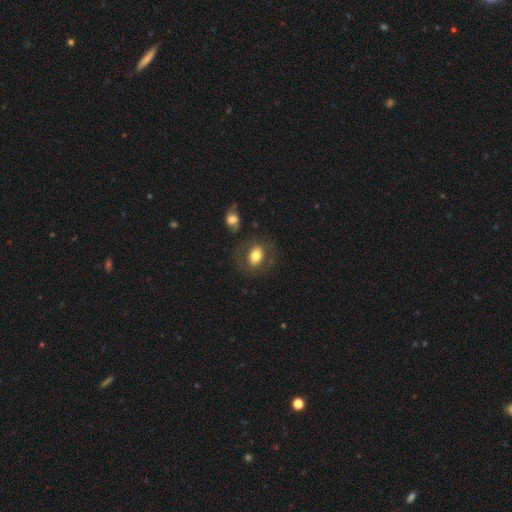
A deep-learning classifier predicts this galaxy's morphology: Q: Smooth or featured?
A: smooth (68%); runner-up: featured or disk (24%)
Q: How rounded?
A: in between (63%); runner-up: round (35%)
Q: Merging?
A: none (74%); runner-up: minor disturbance (13%)